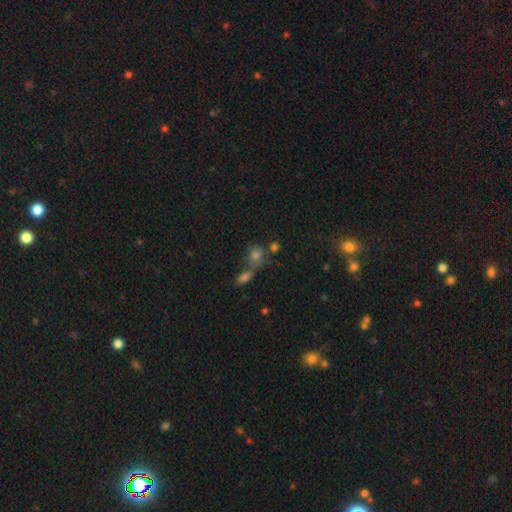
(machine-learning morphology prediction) Smooth or featured? smooth (65%)
How rounded? round (70%)
Merging? none (45%)